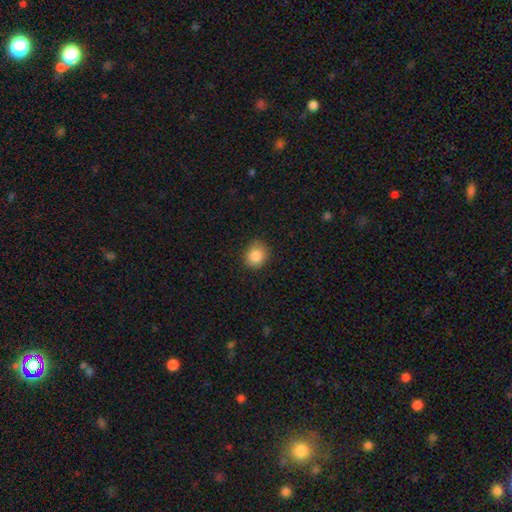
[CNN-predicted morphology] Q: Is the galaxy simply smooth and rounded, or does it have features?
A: smooth — 86%.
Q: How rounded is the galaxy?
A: round — 76%.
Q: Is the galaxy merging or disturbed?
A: none — 81%.